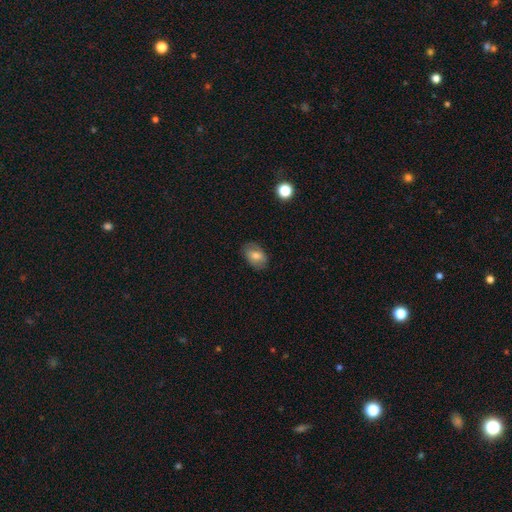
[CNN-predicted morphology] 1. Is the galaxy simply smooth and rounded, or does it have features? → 72% smooth, 20% featured or disk, 9% star or artifact.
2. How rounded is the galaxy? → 85% in between, 13% round, 1% cigar-shaped.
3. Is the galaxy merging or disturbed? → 80% none, 15% minor disturbance, 4% major disturbance, 1% merger.